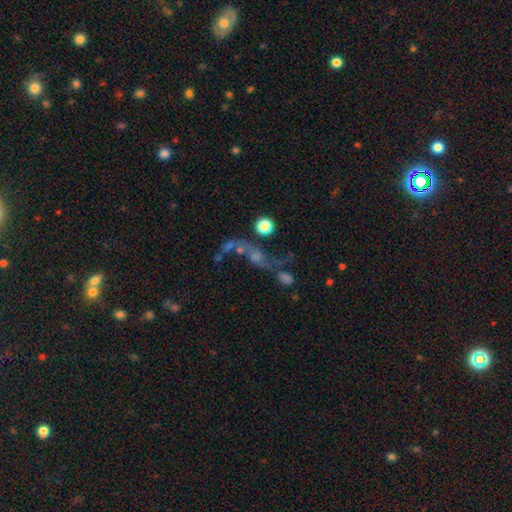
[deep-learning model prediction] Smooth or featured: featured or disk — 49% (star or artifact — 28%)
Merging: none — 32% (tied with merger — 32%)